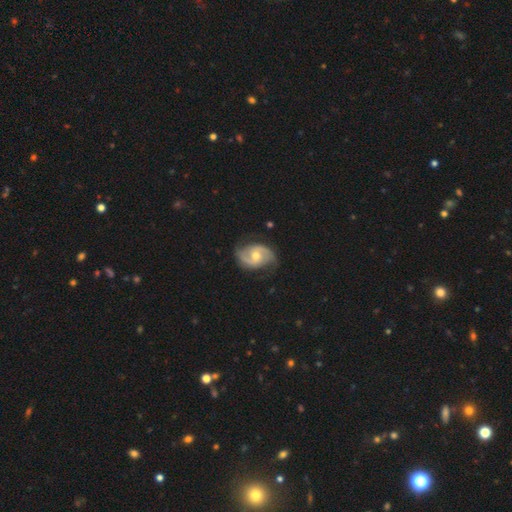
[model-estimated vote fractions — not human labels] smooth-or-featured: featured or disk: 85% | smooth: 10% | star or artifact: 5%
  disk-edge-on: no: 98% | yes: 2%
    bar: no: 55% | weak: 36% | strong: 9%
    has-spiral-arms: yes: 95% | no: 5%
      spiral-winding: medium: 50% | tight: 26% | loose: 24%
      spiral-arm-count: 2: 91% | can't tell: 4% | 1: 2% | 3: 2% | 4: 1% | more than 4: 1%
    bulge-size: moderate: 66% | small: 29% | large: 3% | none: 1% | dominant: 1%
  merging: none: 76% | minor disturbance: 18% | major disturbance: 5% | merger: 1%